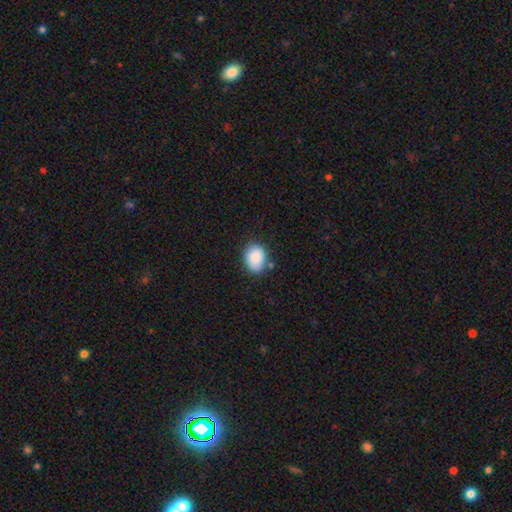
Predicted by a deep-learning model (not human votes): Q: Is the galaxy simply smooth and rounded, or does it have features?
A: smooth — 87%.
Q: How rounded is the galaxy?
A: in between — 62%.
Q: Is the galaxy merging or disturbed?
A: none — 72%.